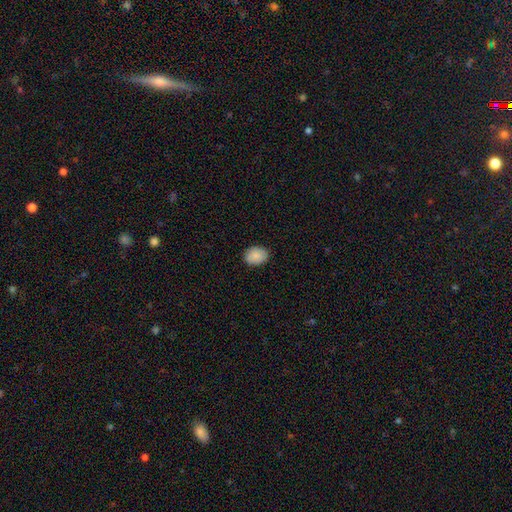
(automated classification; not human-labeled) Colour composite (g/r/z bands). It shows a smooth galaxy with no disk features (88%) that is in between round and cigar-shaped (61%). Merging: none (87%).